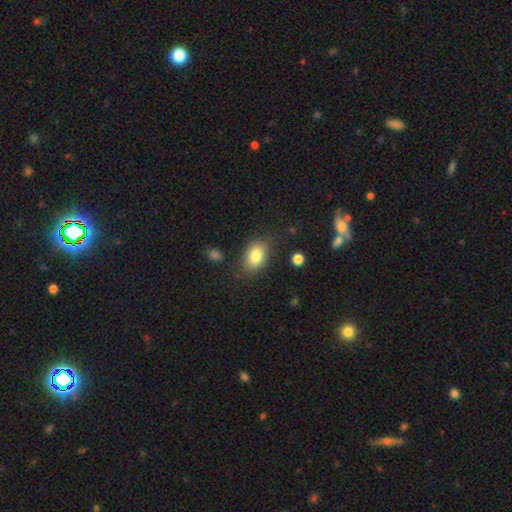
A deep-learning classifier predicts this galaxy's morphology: Smooth or featured?
  - smooth: 83% *
  - featured or disk: 9%
  - star or artifact: 8%
How rounded?
  - in between: 83% *
  - round: 15%
  - cigar-shaped: 1%
Merging?
  - none: 77% *
  - minor disturbance: 16%
  - major disturbance: 5%
  - merger: 3%